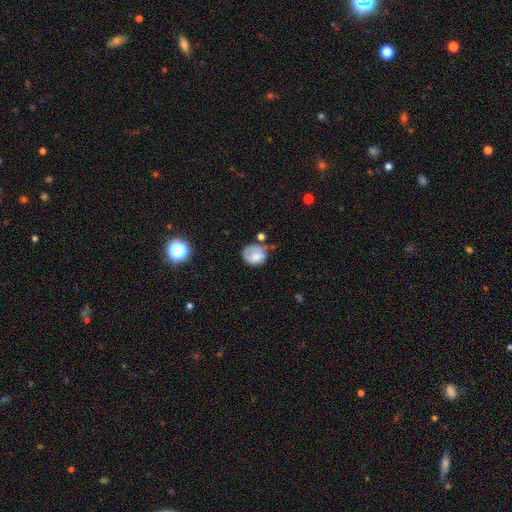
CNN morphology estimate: smooth-or-featured: smooth: 70% | featured or disk: 20% | star or artifact: 10%
  how-rounded: round: 65% | in between: 34% | cigar-shaped: 1%
  merging: none: 47% | minor disturbance: 30% | major disturbance: 14% | merger: 9%